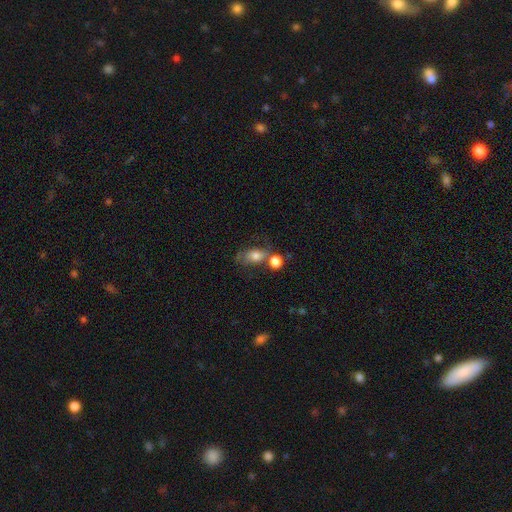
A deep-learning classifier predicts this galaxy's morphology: smooth 68%, featured or disk 20%, star or artifact 11%. Down the decision tree: how rounded — in between (75%); merging — none (38%).